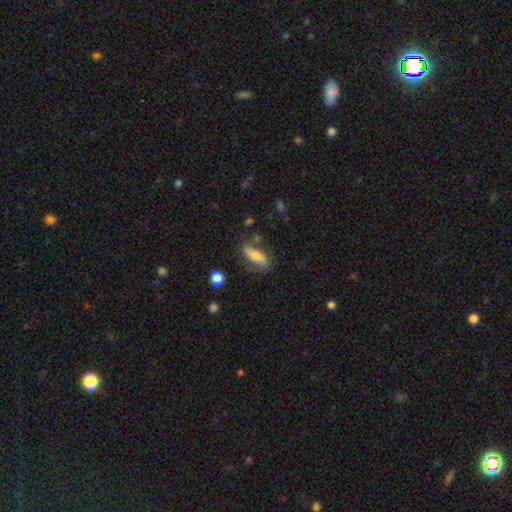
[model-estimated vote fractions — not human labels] smooth 55%, featured or disk 37%, star or artifact 7%. Down the decision tree: how rounded — in between (69%); merging — none (64%).